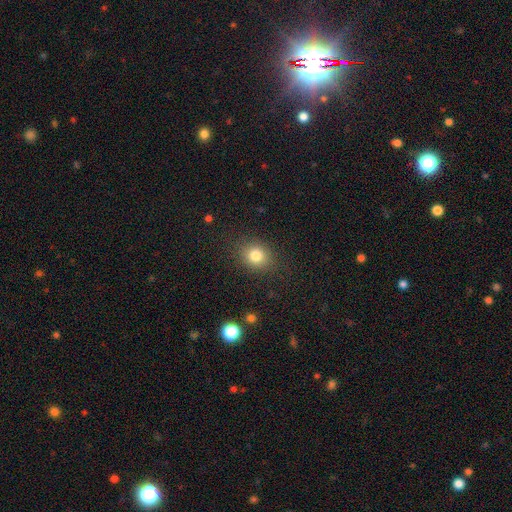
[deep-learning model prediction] Q: Smooth or featured?
A: smooth (81%); runner-up: star or artifact (11%)
Q: How rounded?
A: round (66%); runner-up: in between (33%)
Q: Merging?
A: none (85%); runner-up: minor disturbance (10%)